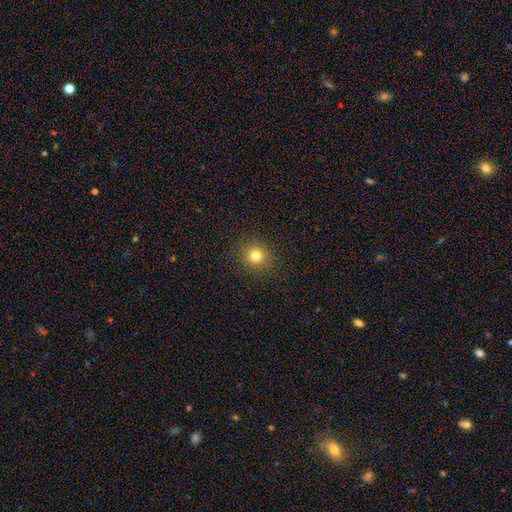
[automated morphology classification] smooth-or-featured: smooth: 78% | star or artifact: 15% | featured or disk: 7%
  how-rounded: round: 89% | in between: 10% | cigar-shaped: 1%
  merging: none: 90% | minor disturbance: 7% | major disturbance: 2% | merger: 1%